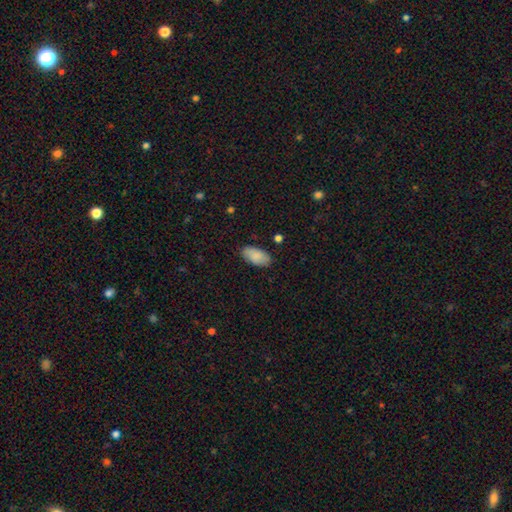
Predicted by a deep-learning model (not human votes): Smooth or featured? Predicted: smooth (p=0.87). How rounded? Predicted: in between (p=0.95). Merging? Predicted: none (p=0.84).